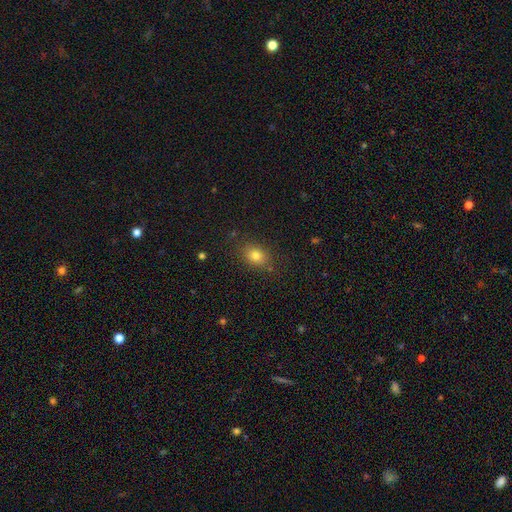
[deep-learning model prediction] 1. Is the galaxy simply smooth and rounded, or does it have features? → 79% smooth, 13% star or artifact, 9% featured or disk.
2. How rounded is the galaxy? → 63% in between, 36% round, 1% cigar-shaped.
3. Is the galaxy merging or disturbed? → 83% none, 12% minor disturbance, 3% major disturbance, 2% merger.